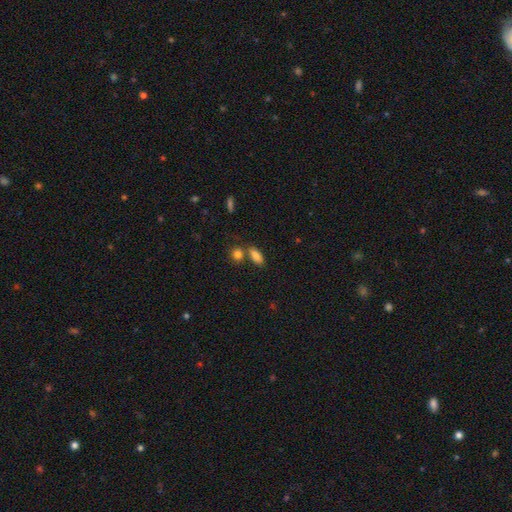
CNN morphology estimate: Smooth or featured?
  - smooth: 83% *
  - star or artifact: 9%
  - featured or disk: 8%
How rounded?
  - in between: 82% *
  - cigar-shaped: 13%
  - round: 5%
Merging?
  - none: 63% *
  - merger: 21%
  - minor disturbance: 12%
  - major disturbance: 4%